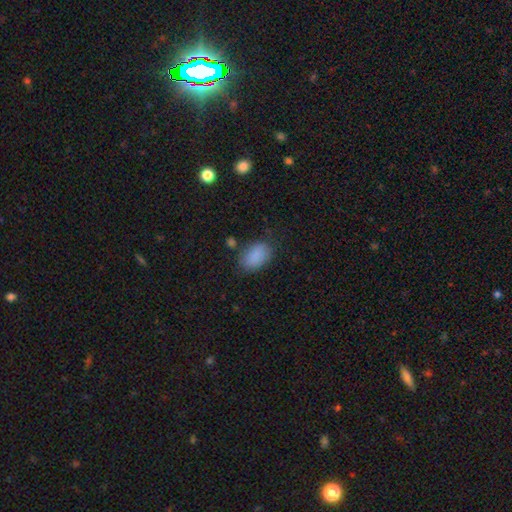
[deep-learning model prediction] Overall: smooth (87%). How rounded: in between (88%). Merging: none (74%).